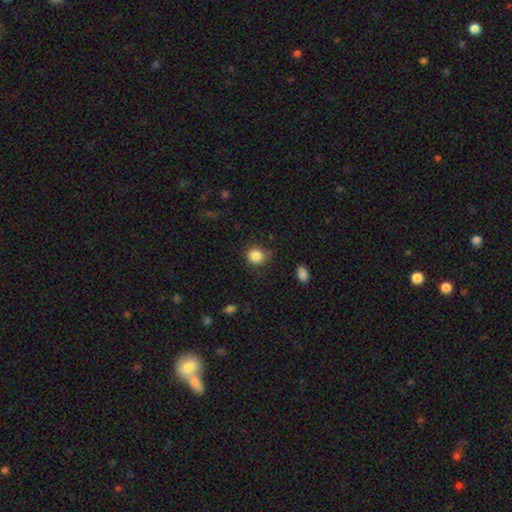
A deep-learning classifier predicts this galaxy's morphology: This appears to be a smooth galaxy with no disk features (86%) that is round (85%). Merging: none (79%).